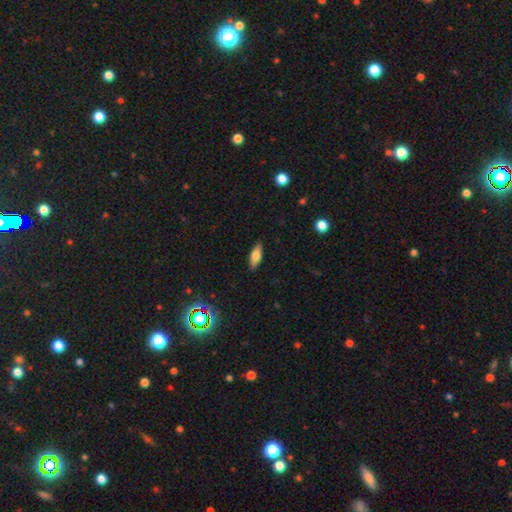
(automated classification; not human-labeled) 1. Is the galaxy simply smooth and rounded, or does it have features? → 64% smooth, 28% featured or disk, 8% star or artifact.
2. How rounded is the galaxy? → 60% in between, 37% cigar-shaped, 3% round.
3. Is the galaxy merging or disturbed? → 89% none, 9% minor disturbance, 2% major disturbance, 1% merger.